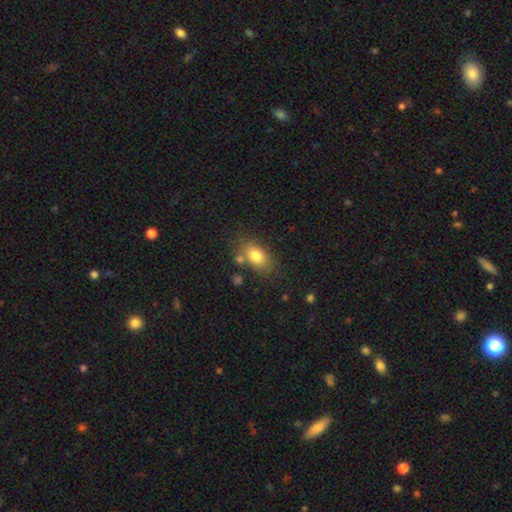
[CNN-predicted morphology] Smooth or featured: smooth — 78% (featured or disk — 13%)
How rounded: in between — 79% (round — 19%)
Merging: none — 68% (minor disturbance — 16%)